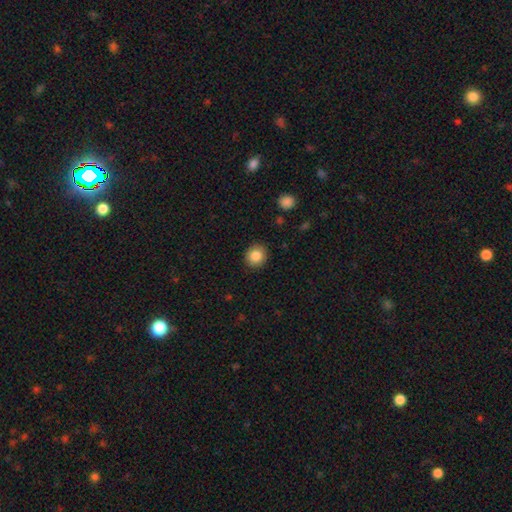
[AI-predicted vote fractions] This is clearly a smooth galaxy (85%). How rounded: clearly round (86%). Merging: clearly none (91%).